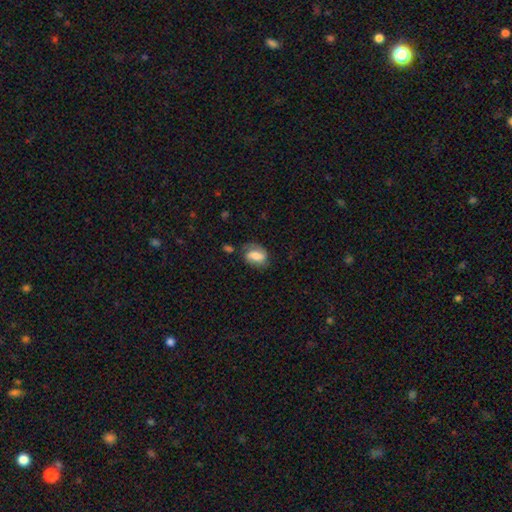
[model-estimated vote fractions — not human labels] smooth-or-featured: smooth: 52% | featured or disk: 40% | star or artifact: 8%
  how-rounded: in between: 77% | round: 21% | cigar-shaped: 2%
  merging: none: 56% | minor disturbance: 27% | major disturbance: 12% | merger: 4%